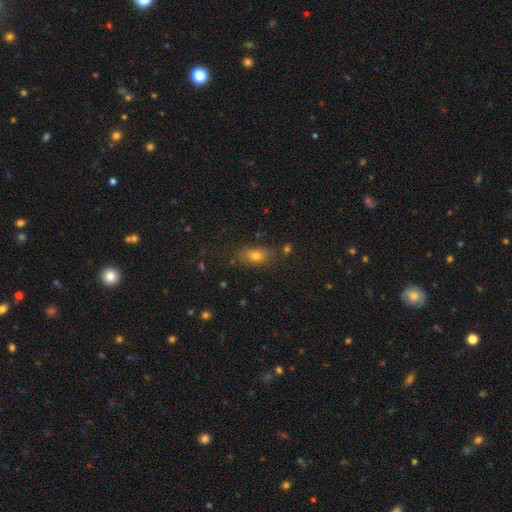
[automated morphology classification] smooth-or-featured: smooth: 71% | star or artifact: 15% | featured or disk: 14%
  how-rounded: in between: 76% | round: 14% | cigar-shaped: 10%
  merging: none: 77% | minor disturbance: 15% | major disturbance: 4% | merger: 4%